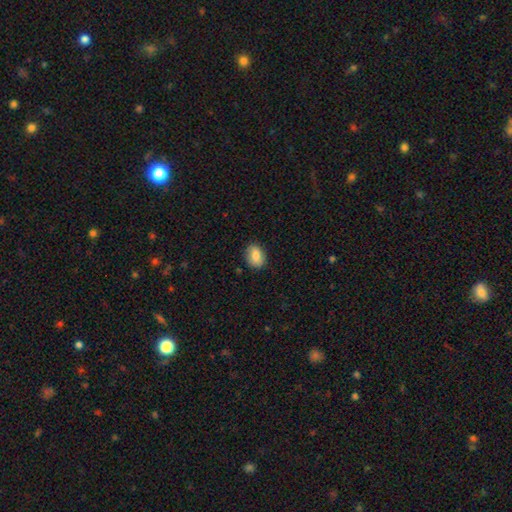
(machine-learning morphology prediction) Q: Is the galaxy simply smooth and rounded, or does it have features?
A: smooth — 83%.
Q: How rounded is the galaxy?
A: in between — 73%.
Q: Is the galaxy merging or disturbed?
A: none — 84%.